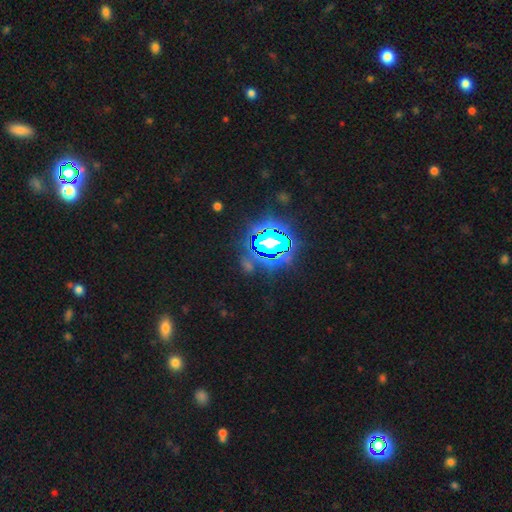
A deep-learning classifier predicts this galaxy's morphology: smooth-or-featured: star or artifact: 81% | smooth: 12% | featured or disk: 7%